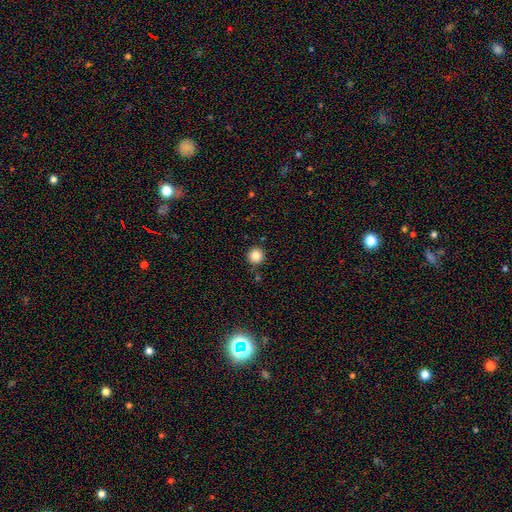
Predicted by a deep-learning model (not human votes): A smooth galaxy with no disk features (85%) that is round (95%). Merging: none (88%).